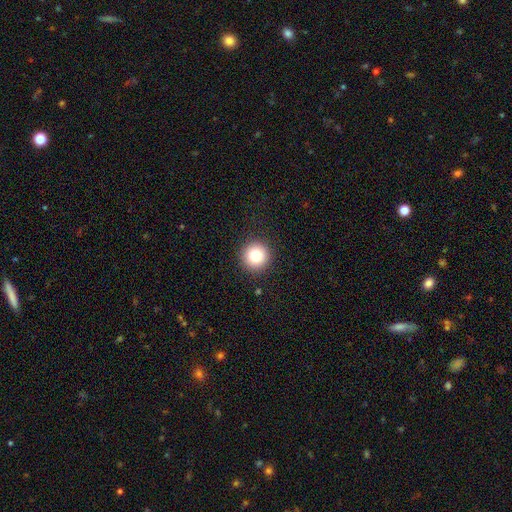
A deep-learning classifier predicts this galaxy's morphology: smooth-or-featured: smooth: 81% | star or artifact: 11% | featured or disk: 8%
  how-rounded: round: 96% | in between: 3% | cigar-shaped: 1%
  merging: none: 92% | minor disturbance: 5% | major disturbance: 2% | merger: 1%